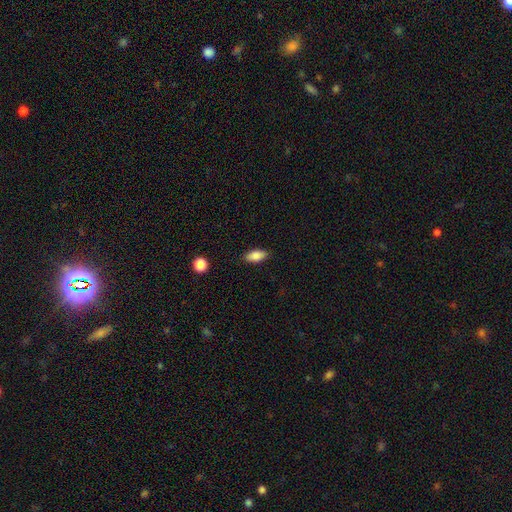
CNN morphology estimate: A smooth galaxy with no disk features (85%) that is in between round and cigar-shaped (87%).

Vote fractions:
- Smooth or featured? smooth: 85% / featured or disk: 8% / star or artifact: 8%
- How rounded? in between: 87% / cigar-shaped: 10% / round: 3%
- Merging? none: 87% / minor disturbance: 10% / major disturbance: 2% / merger: 1%